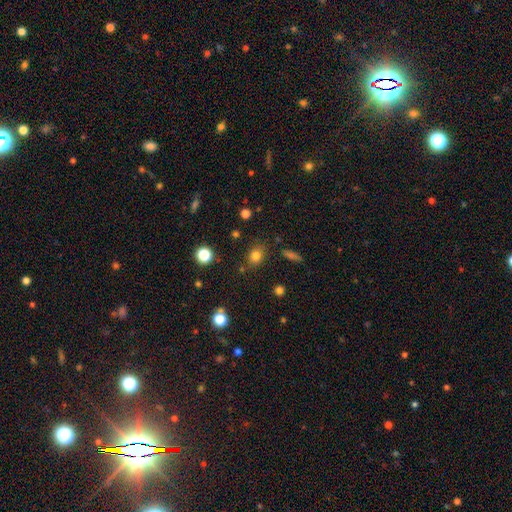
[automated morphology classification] A smooth galaxy with no disk features (78%) that is round (52%).

Vote fractions:
- Smooth or featured? smooth: 78% / star or artifact: 14% / featured or disk: 8%
- How rounded? round: 52% / in between: 46% / cigar-shaped: 2%
- Merging? none: 80% / minor disturbance: 12% / merger: 4% / major disturbance: 3%